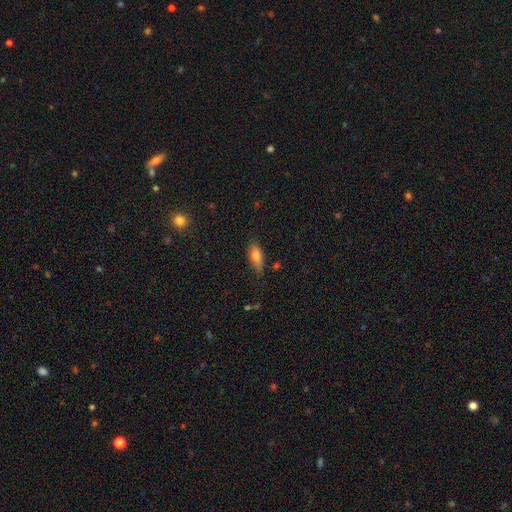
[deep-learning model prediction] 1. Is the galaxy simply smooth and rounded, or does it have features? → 70% smooth, 22% featured or disk, 8% star or artifact.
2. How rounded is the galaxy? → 67% in between, 30% cigar-shaped, 3% round.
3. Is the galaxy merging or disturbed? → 77% none, 18% minor disturbance, 3% major disturbance, 2% merger.